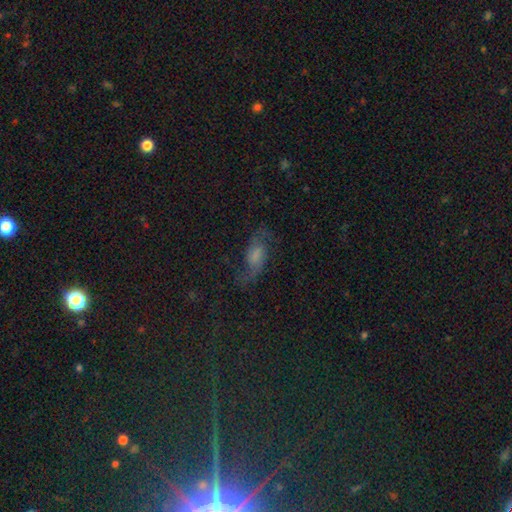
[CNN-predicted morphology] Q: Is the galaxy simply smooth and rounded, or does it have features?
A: featured or disk — 59%.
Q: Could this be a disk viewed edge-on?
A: no — 91%.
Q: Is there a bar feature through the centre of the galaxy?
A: no — 45%.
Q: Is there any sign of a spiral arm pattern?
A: yes — 90%.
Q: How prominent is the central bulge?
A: moderate — 31%.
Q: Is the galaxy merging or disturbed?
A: none — 65%.